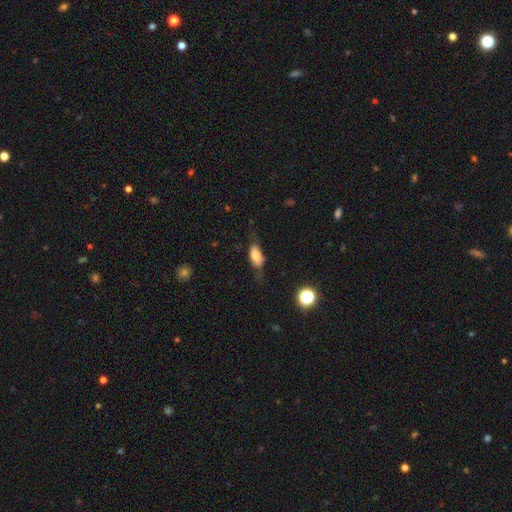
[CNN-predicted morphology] A smooth galaxy with no disk features (66%) that is in between round and cigar-shaped (80%).

Vote fractions:
- Smooth or featured? smooth: 66% / featured or disk: 25% / star or artifact: 8%
- How rounded? in between: 80% / cigar-shaped: 15% / round: 5%
- Merging? none: 58% / minor disturbance: 25% / major disturbance: 14% / merger: 2%